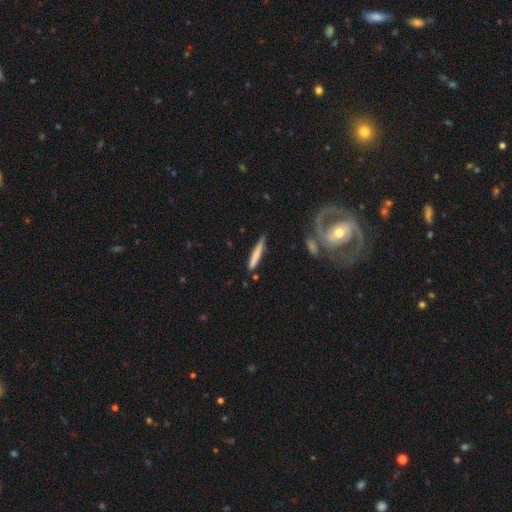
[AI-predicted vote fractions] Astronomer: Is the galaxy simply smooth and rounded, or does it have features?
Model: smooth — 71%.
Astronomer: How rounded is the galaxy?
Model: cigar-shaped — 93%.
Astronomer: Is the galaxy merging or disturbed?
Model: none — 76%.